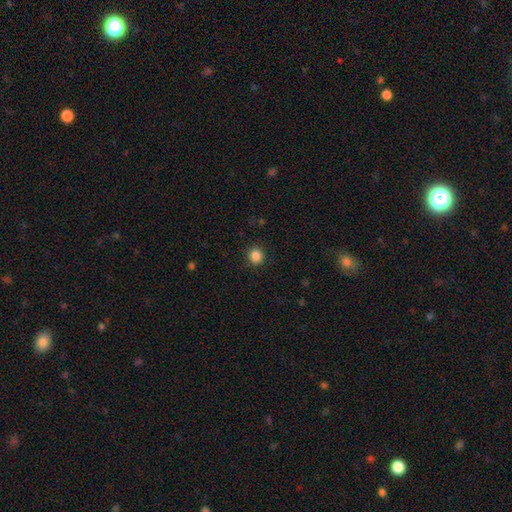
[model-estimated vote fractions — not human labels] smooth_or_featured: smooth (p=0.86) [alt: star or artifact p=0.11]
how_rounded: round (p=0.90) [alt: in between p=0.10]
merging: none (p=0.91) [alt: minor disturbance p=0.06]